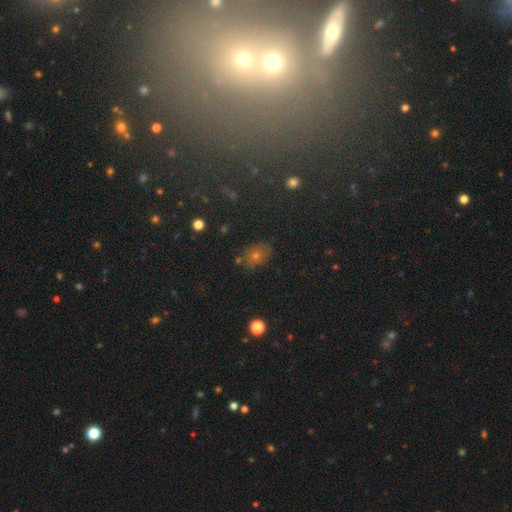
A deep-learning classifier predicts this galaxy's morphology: Smooth or featured?
  - smooth: 51% *
  - star or artifact: 32%
  - featured or disk: 17%
How rounded?
  - in between: 61% *
  - round: 37%
  - cigar-shaped: 2%
Merging?
  - none: 78% *
  - minor disturbance: 14%
  - major disturbance: 5%
  - merger: 3%